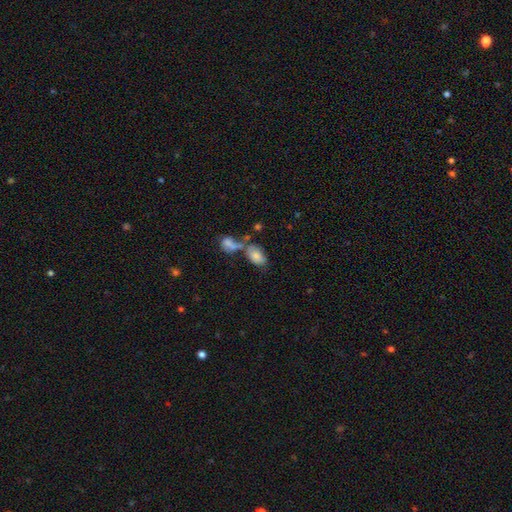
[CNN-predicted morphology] Smooth or featured?
  - smooth: 76% *
  - featured or disk: 15%
  - star or artifact: 8%
How rounded?
  - in between: 90% *
  - round: 9%
  - cigar-shaped: 2%
Merging?
  - merger: 38% *
  - none: 35%
  - minor disturbance: 17%
  - major disturbance: 10%